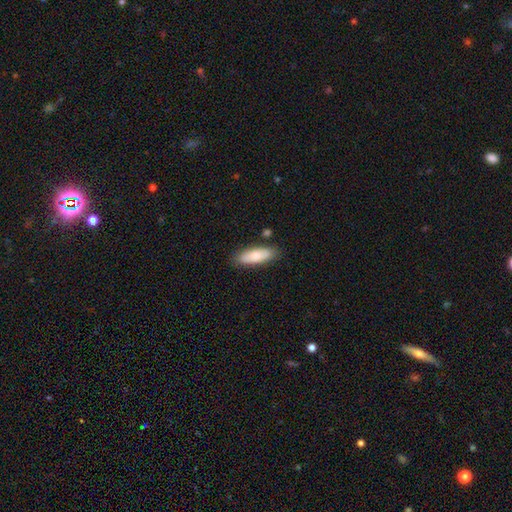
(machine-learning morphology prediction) The model was most divided on "how rounded": in between: 61%, cigar-shaped: 37%, round: 2%. More confident: merging — none (83%); smooth or featured — smooth (75%).